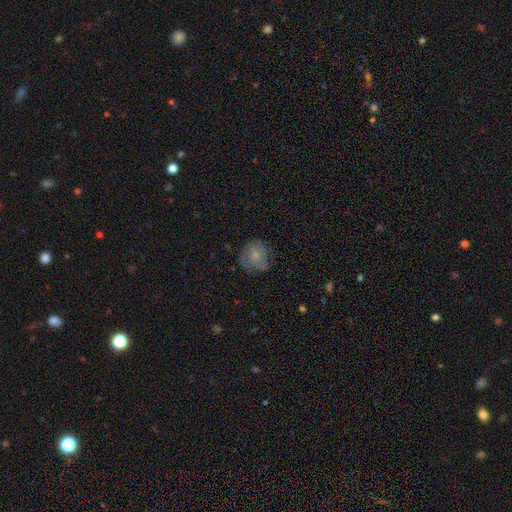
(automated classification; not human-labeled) smooth 62%, featured or disk 30%, star or artifact 9%. Down the decision tree: how rounded — round (75%); merging — none (62%).